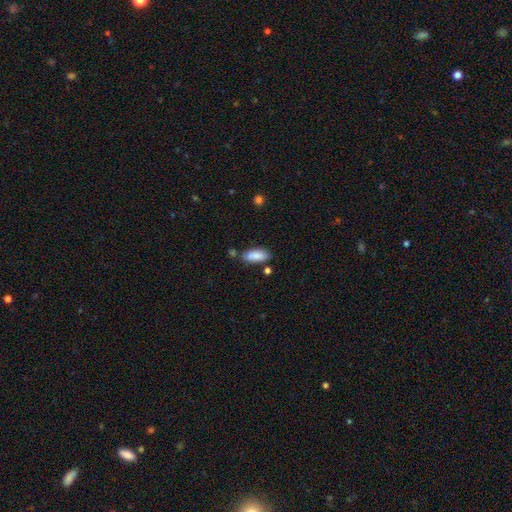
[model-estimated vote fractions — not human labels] The model was most divided on "merging": none: 70%, minor disturbance: 17%, merger: 9%, major disturbance: 4%. More confident: smooth or featured — smooth (86%); how rounded — in between (81%).